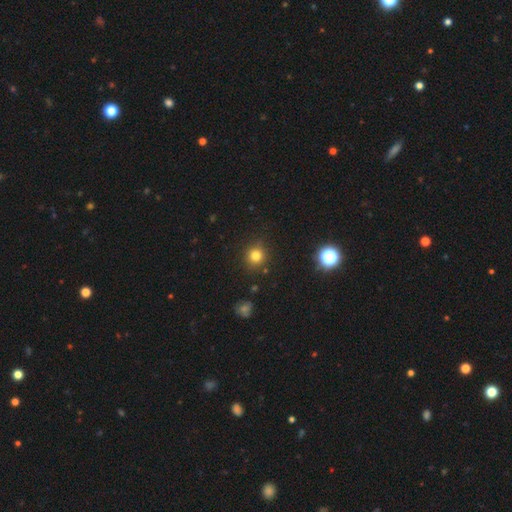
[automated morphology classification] Smooth or featured: smooth — 80% (star or artifact — 15%)
How rounded: round — 92% (in between — 7%)
Merging: none — 88% (minor disturbance — 8%)